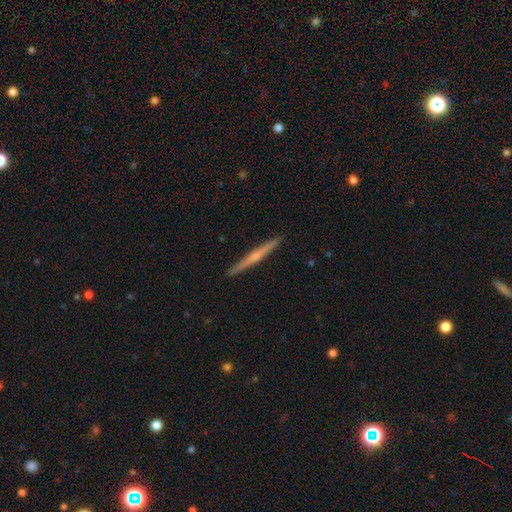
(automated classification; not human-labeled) A featured or disk galaxy (67%) viewed edge-on (98%) with a rounded central bulge (65%).

Vote fractions:
- Smooth or featured? featured or disk: 67% / smooth: 27% / star or artifact: 6%
- Edge-on disk? yes: 98% / no: 2%
- Edge-on bulge? rounded: 65% / none: 28% / boxy: 7%
- Merging? none: 92% / minor disturbance: 6% / major disturbance: 1% / merger: 1%